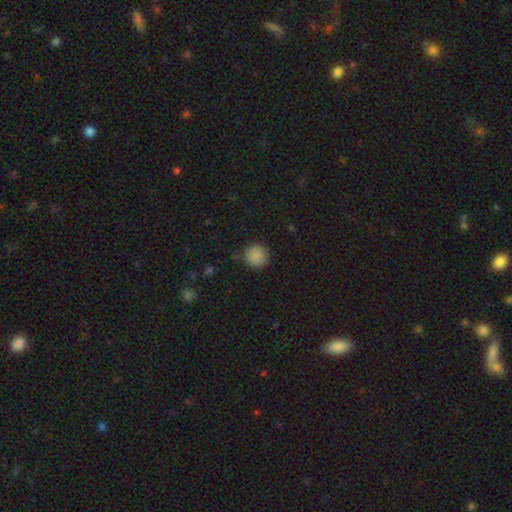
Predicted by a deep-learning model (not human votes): Q: Smooth or featured?
A: smooth (87%); runner-up: star or artifact (9%)
Q: How rounded?
A: round (94%); runner-up: in between (5%)
Q: Merging?
A: none (89%); runner-up: minor disturbance (7%)